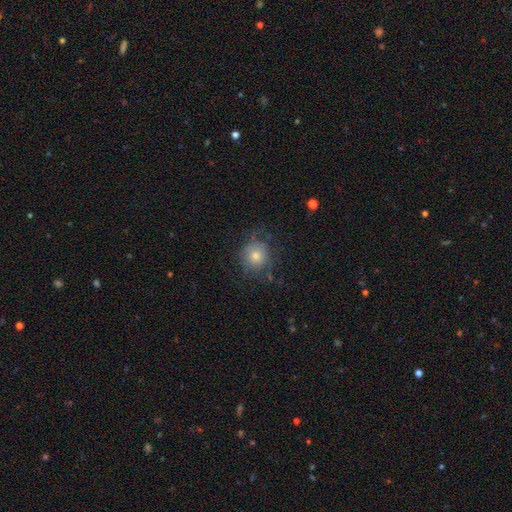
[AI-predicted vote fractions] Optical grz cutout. It shows a smooth galaxy with no disk features (58%) that is round (88%). Merging: none (64%).